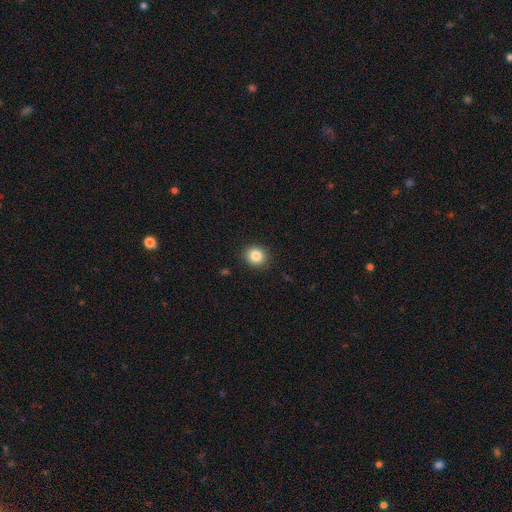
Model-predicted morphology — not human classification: Smooth or featured? Predicted: smooth (p=0.84). How rounded? Predicted: round (p=0.85). Merging? Predicted: none (p=0.89).